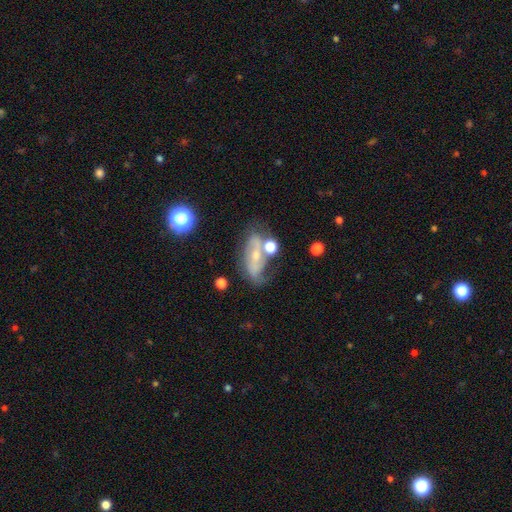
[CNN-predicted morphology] Smooth or featured? Predicted: featured or disk (p=0.64). Edge-on disk? Predicted: no (p=0.86). Bar? Predicted: no (p=0.45). Spiral arms? Predicted: yes (p=0.75). Bulge size? Predicted: small (p=0.59). Merging? Predicted: none (p=0.47).